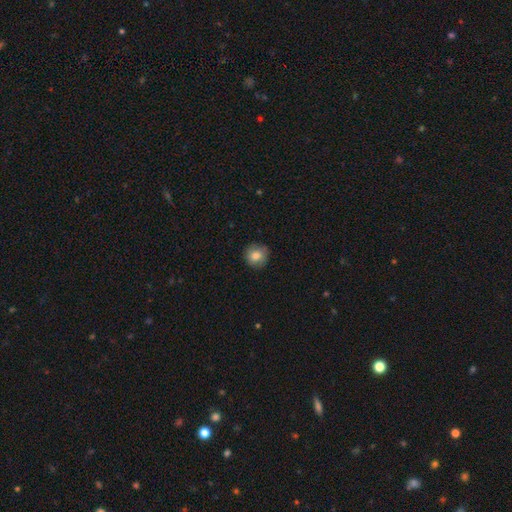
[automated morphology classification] Smooth or featured?
  - smooth: 82% *
  - featured or disk: 10%
  - star or artifact: 9%
How rounded?
  - round: 92% *
  - in between: 7%
  - cigar-shaped: 1%
Merging?
  - none: 84% *
  - minor disturbance: 12%
  - major disturbance: 3%
  - merger: 1%